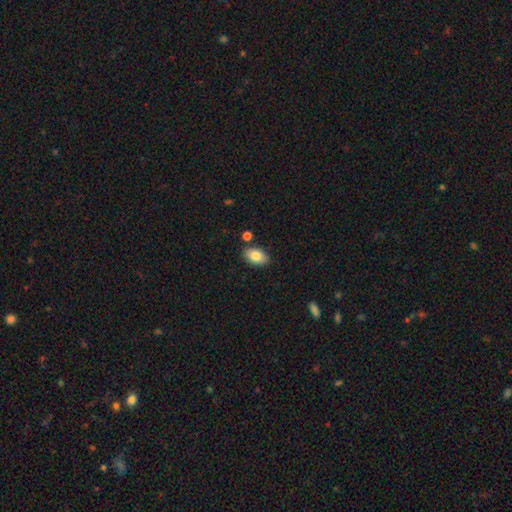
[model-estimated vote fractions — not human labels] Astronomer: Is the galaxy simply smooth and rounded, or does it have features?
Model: smooth — 83%.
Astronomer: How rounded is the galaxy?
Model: in between — 92%.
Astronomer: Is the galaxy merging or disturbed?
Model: none — 84%.